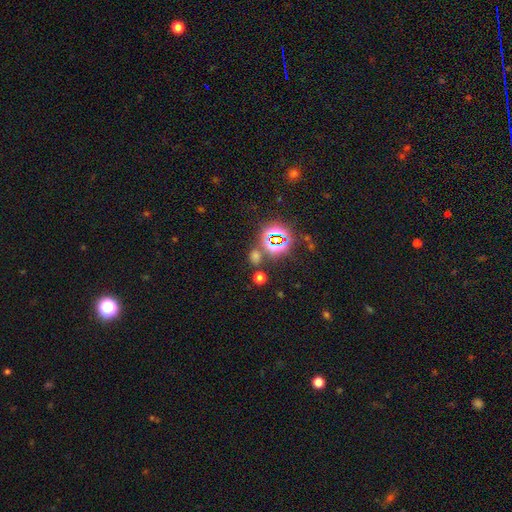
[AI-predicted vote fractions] Smooth or featured?
  - star or artifact: 51% *
  - smooth: 42%
  - featured or disk: 7%